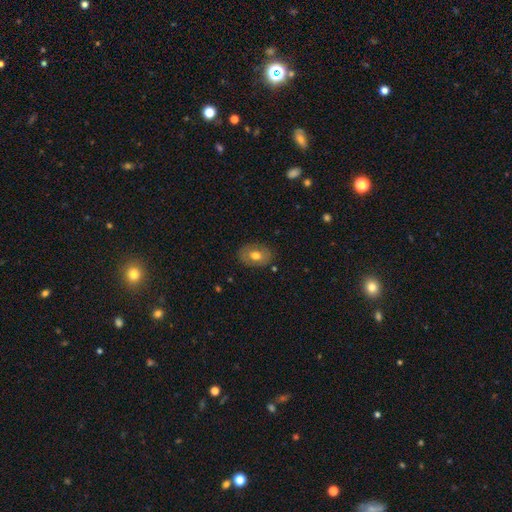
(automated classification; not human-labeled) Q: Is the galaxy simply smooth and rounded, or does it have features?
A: smooth — 67%.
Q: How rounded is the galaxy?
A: in between — 77%.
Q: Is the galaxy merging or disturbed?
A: none — 83%.